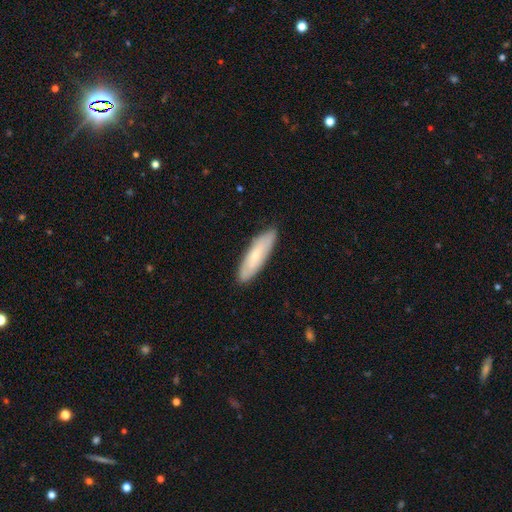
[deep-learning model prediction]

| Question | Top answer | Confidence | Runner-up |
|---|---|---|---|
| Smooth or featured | smooth | 60% | featured or disk (34%) |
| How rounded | cigar-shaped | 60% | in between (38%) |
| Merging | none | 87% | minor disturbance (10%) |